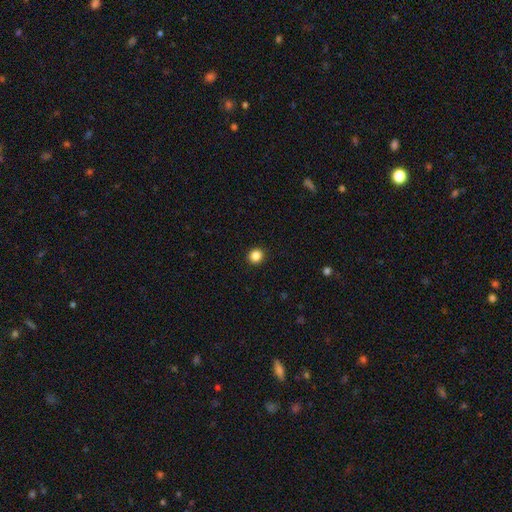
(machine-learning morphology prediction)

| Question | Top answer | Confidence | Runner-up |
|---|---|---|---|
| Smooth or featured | smooth | 85% | star or artifact (11%) |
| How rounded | round | 91% | in between (8%) |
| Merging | none | 93% | minor disturbance (4%) |